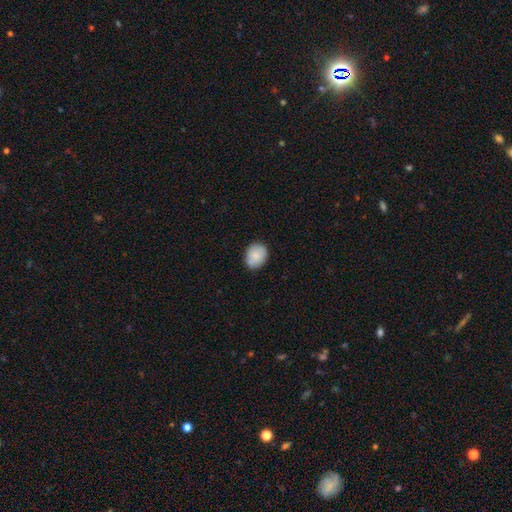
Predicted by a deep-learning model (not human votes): A smooth galaxy with no disk features (81%) that is round (52%).

Vote fractions:
- Smooth or featured? smooth: 81% / featured or disk: 12% / star or artifact: 7%
- How rounded? round: 52% / in between: 47% / cigar-shaped: 1%
- Merging? none: 73% / minor disturbance: 20% / merger: 4% / major disturbance: 3%